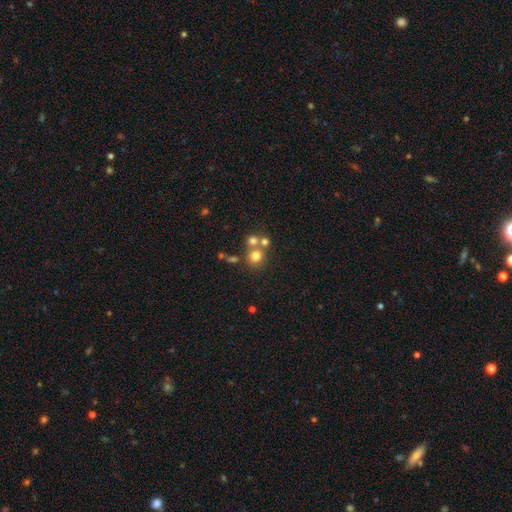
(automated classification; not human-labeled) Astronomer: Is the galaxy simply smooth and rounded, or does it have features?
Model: smooth — 72%.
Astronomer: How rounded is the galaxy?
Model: round — 86%.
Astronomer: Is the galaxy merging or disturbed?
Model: none — 55% (runner-up: merger, 34%).